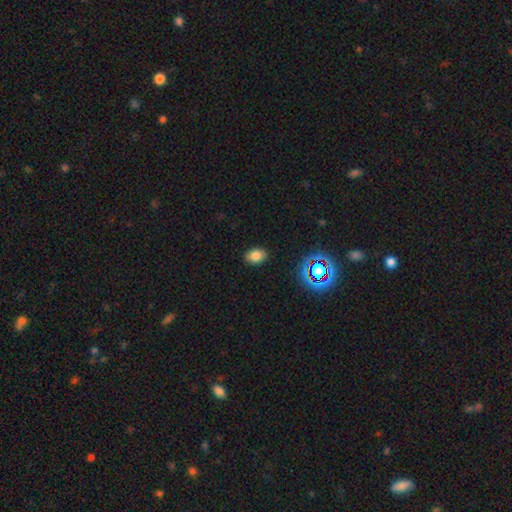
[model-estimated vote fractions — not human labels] smooth-or-featured: smooth: 79% | star or artifact: 14% | featured or disk: 7%
  how-rounded: in between: 80% | round: 19% | cigar-shaped: 1%
  merging: none: 87% | minor disturbance: 9% | major disturbance: 2% | merger: 1%